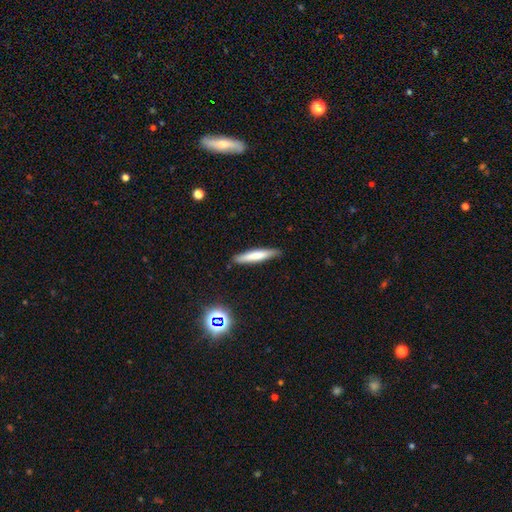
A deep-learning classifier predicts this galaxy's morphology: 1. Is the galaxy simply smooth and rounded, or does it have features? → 69% smooth, 24% featured or disk, 7% star or artifact.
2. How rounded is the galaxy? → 91% cigar-shaped, 8% in between, 1% round.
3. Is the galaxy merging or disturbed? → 87% none, 10% minor disturbance, 2% major disturbance, 1% merger.